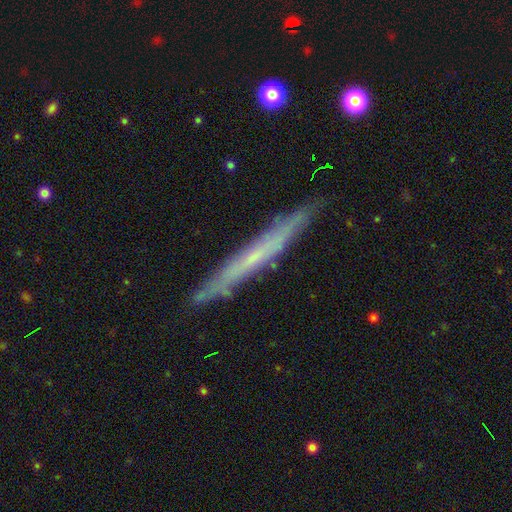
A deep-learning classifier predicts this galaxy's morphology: type=featured or disk (63%); edge-on=yes (90%); edge-on bulge=none (75%); merging=none (86%).